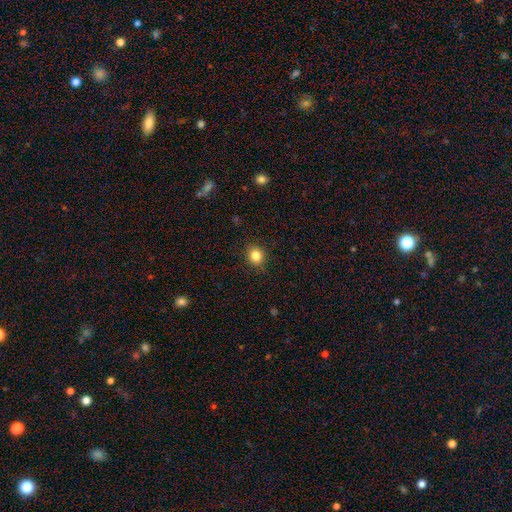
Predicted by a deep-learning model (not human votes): A smooth galaxy with no disk features (84%) that is round (76%). Merging: none (88%).